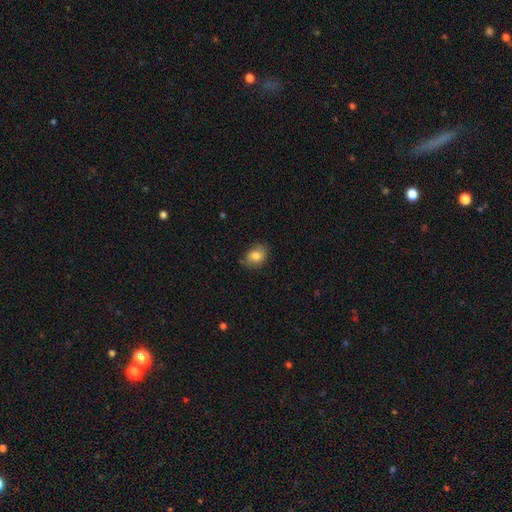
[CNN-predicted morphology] smooth-or-featured: smooth: 83% | star or artifact: 9% | featured or disk: 8%
  how-rounded: in between: 62% | round: 37% | cigar-shaped: 1%
  merging: none: 78% | minor disturbance: 17% | major disturbance: 3% | merger: 1%